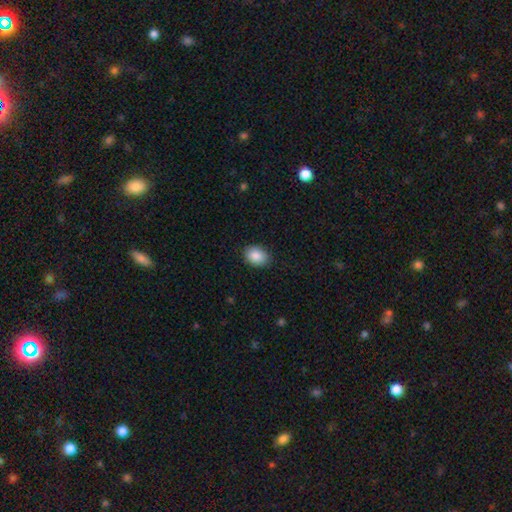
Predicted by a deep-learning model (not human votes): Smooth or featured? Predicted: smooth (p=0.88). How rounded? Predicted: in between (p=0.67). Merging? Predicted: none (p=0.87).